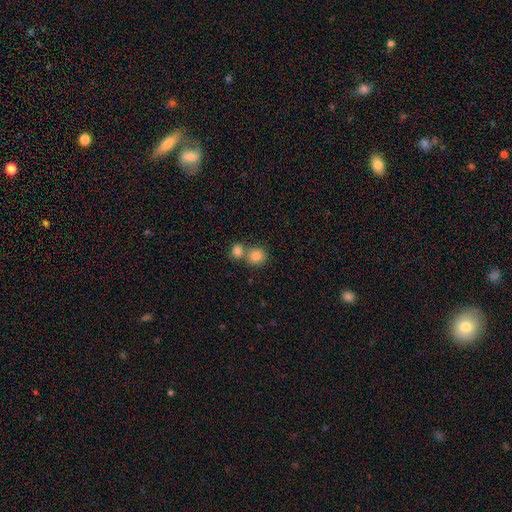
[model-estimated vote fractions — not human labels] Smooth or featured?
  - smooth: 84% *
  - star or artifact: 10%
  - featured or disk: 6%
How rounded?
  - round: 84% *
  - in between: 15%
  - cigar-shaped: 1%
Merging?
  - none: 48% *
  - merger: 42%
  - minor disturbance: 7%
  - major disturbance: 3%